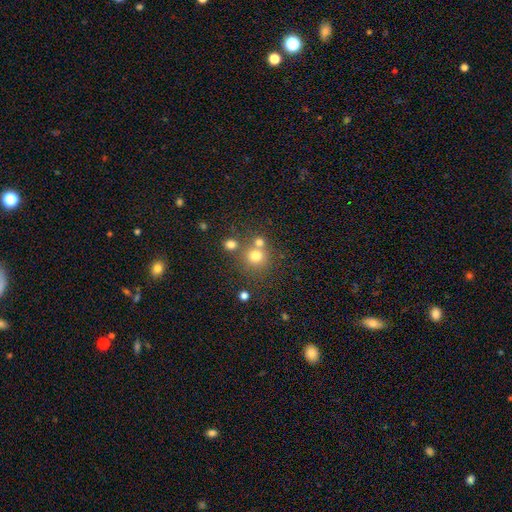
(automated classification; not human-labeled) A smooth galaxy with no disk features (73%) that is round (90%).

Vote fractions:
- Smooth or featured? smooth: 73% / star or artifact: 16% / featured or disk: 11%
- How rounded? round: 90% / in between: 9% / cigar-shaped: 1%
- Merging? none: 60% / merger: 27% / minor disturbance: 8% / major disturbance: 4%